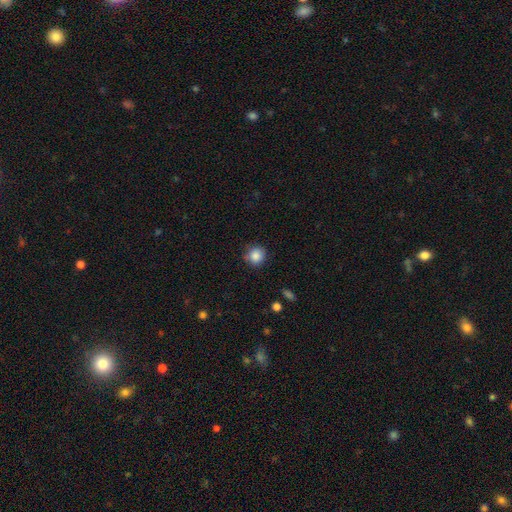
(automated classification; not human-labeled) smooth_or_featured: smooth (p=0.86) [alt: star or artifact p=0.10]
how_rounded: round (p=0.91) [alt: in between p=0.08]
merging: none (p=0.81) [alt: minor disturbance p=0.15]